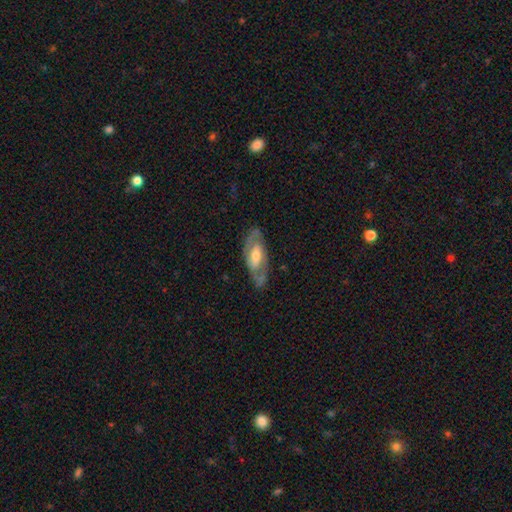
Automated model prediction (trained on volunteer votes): This appears to be a featured or disk galaxy (71%) with a weak bar (39%, tied with no), spiral arms (67%) and a moderate central bulge (60%). Merging: none (75%).